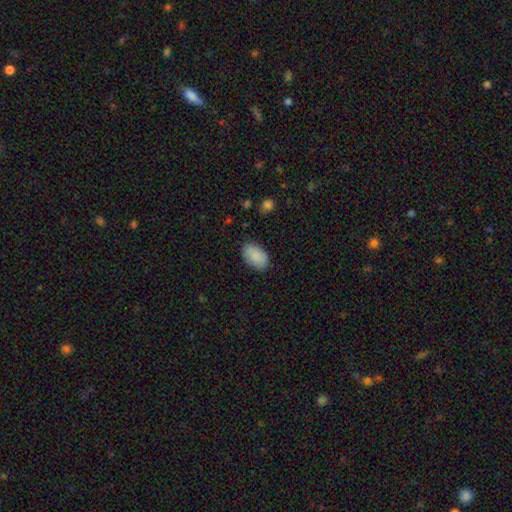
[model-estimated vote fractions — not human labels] Smooth or featured: smooth — 88% (star or artifact — 6%)
How rounded: in between — 92% (round — 7%)
Merging: none — 83% (minor disturbance — 13%)